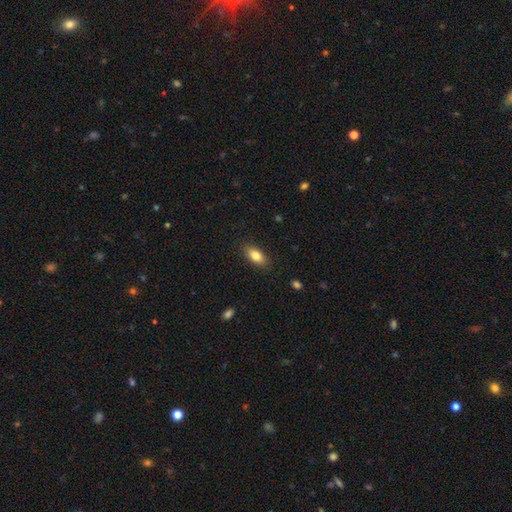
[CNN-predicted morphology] This is clearly a smooth galaxy (83%). How rounded: clearly in between (87%). Merging: clearly none (86%).